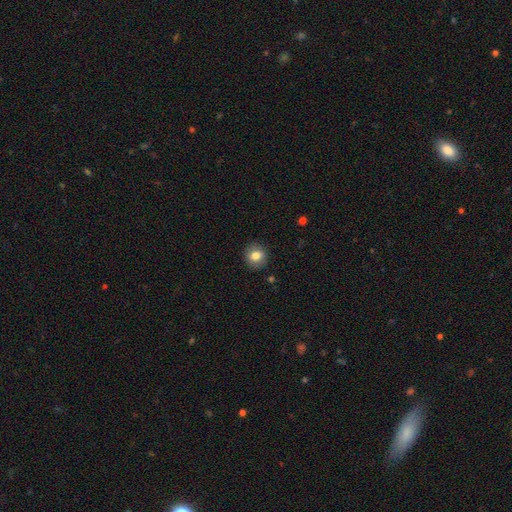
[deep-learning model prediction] smooth 81%, featured or disk 10%, star or artifact 9%. Down the decision tree: how rounded — round (85%); merging — none (89%).